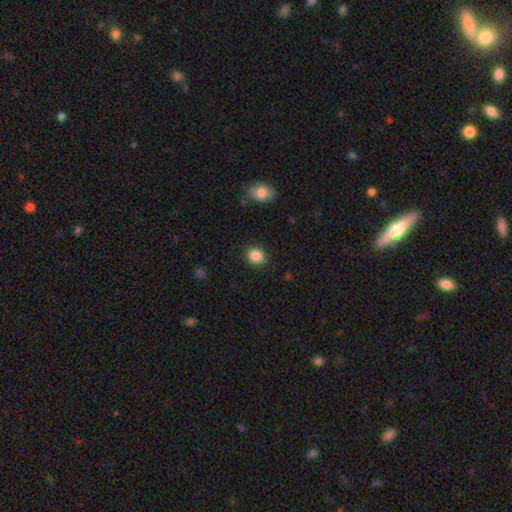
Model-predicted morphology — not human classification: Smooth or featured: smooth — 86% (star or artifact — 10%)
How rounded: round — 69% (in between — 30%)
Merging: none — 89% (minor disturbance — 8%)